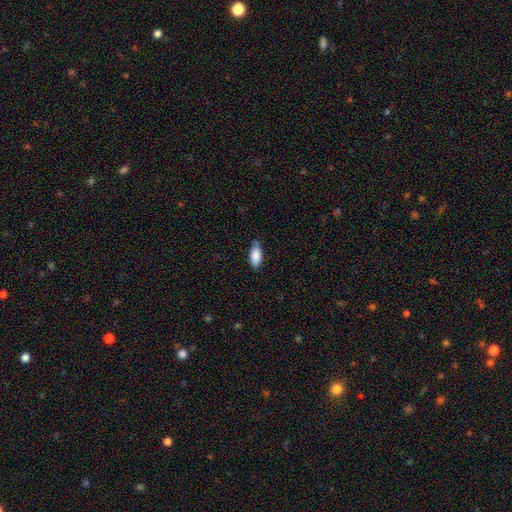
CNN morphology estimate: type=smooth (86%); roundness=in between (88%); merging=none (73%).